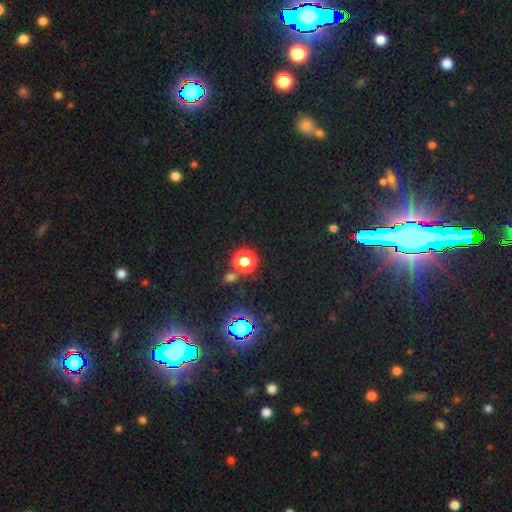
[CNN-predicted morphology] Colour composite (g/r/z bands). It shows a star or artifact, not a galaxy (80%).